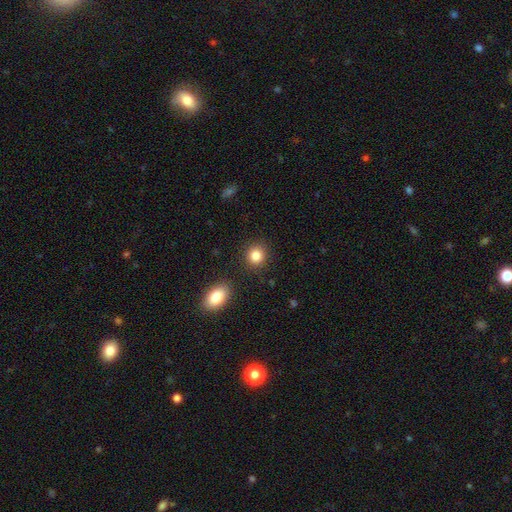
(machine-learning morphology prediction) Smooth or featured? Predicted: smooth (p=0.85). How rounded? Predicted: round (p=0.82). Merging? Predicted: none (p=0.87).